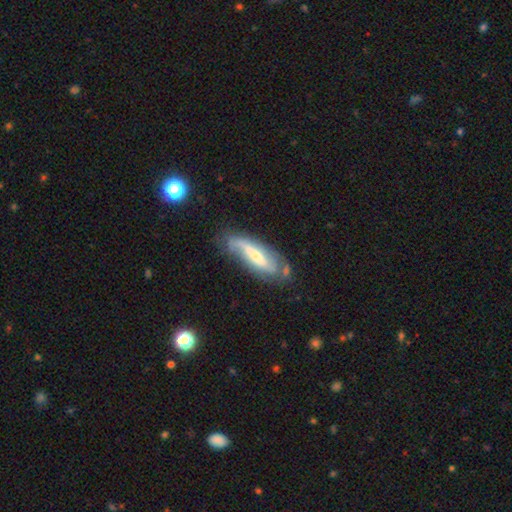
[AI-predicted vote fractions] Morphology: type=featured or disk (67%); edge-on=no (76%); bar=strong (38%); spiral arms=yes (84%); bulge=moderate (48%); merging=none (59%).